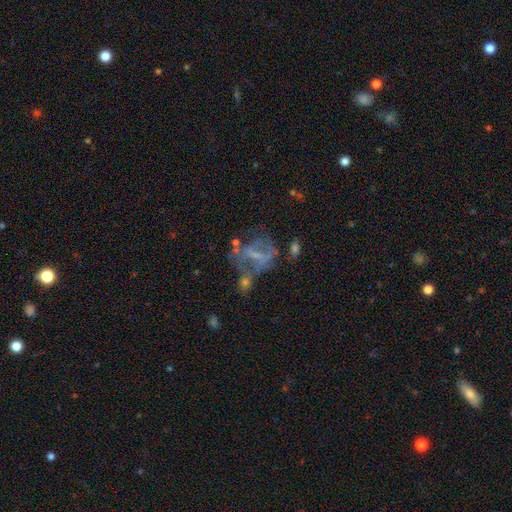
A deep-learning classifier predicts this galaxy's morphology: Smooth or featured: featured or disk — 60% (smooth — 23%)
Edge-on disk: no — 97% (yes — 3%)
Bar: no — 50% (weak — 35%)
Spiral arms: no — 62% (yes — 38%)
Bulge size: none — 46% (small — 34%)
Merging: major disturbance — 33% (none — 32%)